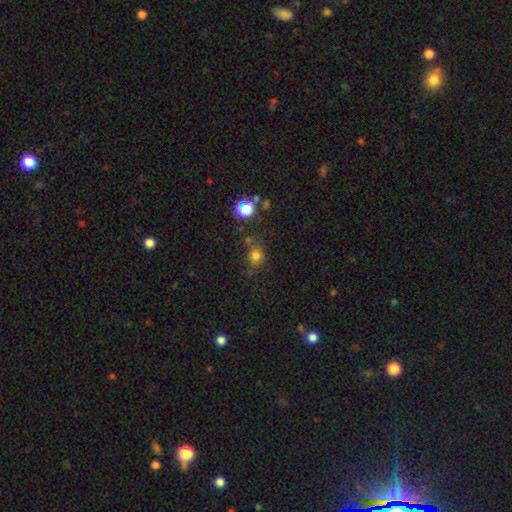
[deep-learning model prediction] A smooth galaxy with no disk features (74%) that is round (78%). Merging: none (62%).